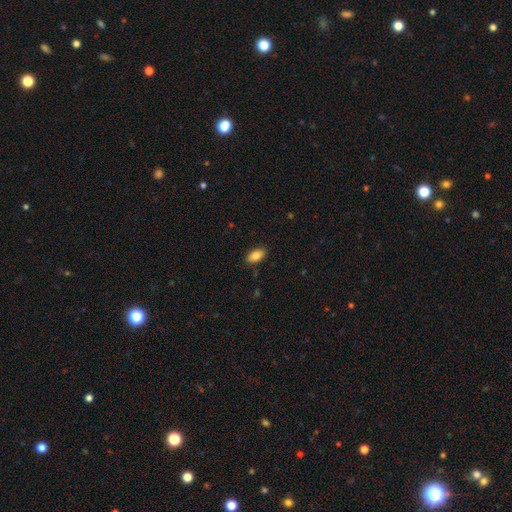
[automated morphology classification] type=smooth (84%); roundness=in between (92%); merging=none (87%).